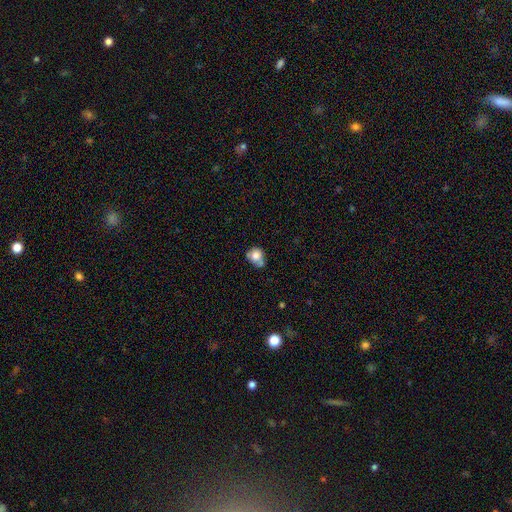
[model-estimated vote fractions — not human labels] Smooth or featured: smooth — 77% (featured or disk — 13%)
How rounded: round — 73% (in between — 26%)
Merging: none — 43% (minor disturbance — 27%)